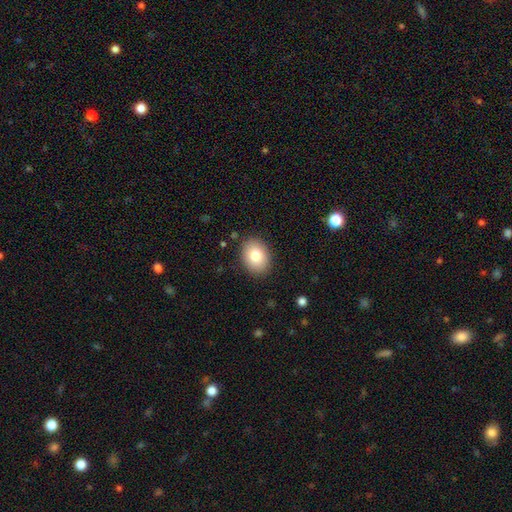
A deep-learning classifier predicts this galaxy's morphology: smooth_or_featured: smooth (p=0.81) [alt: featured or disk p=0.10]
how_rounded: in between (p=0.65) [alt: round p=0.34]
merging: none (p=0.88) [alt: minor disturbance p=0.09]